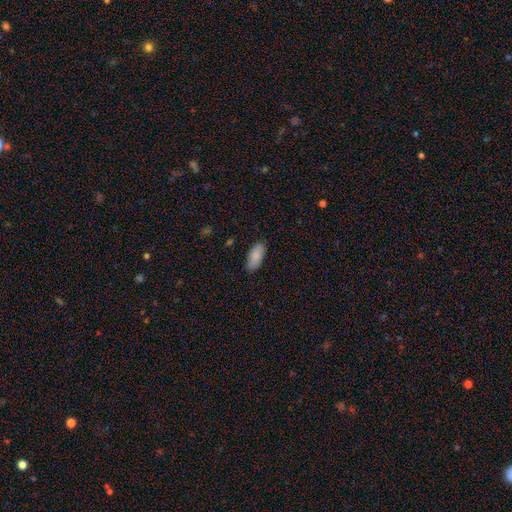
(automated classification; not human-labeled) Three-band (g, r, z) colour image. It shows a smooth galaxy with no disk features (88%) that is in between round and cigar-shaped (89%). Merging: none (86%).